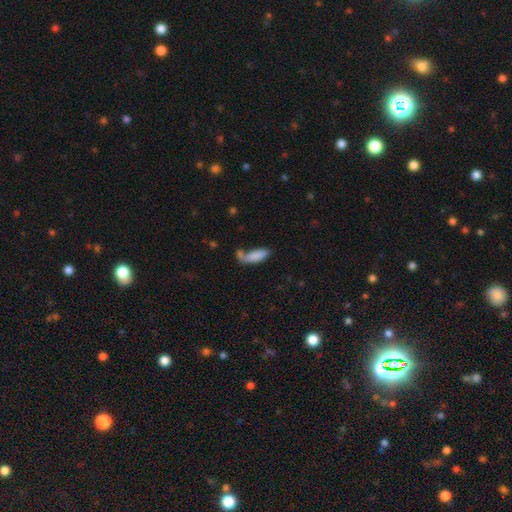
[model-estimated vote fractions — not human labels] This appears to be a smooth galaxy with no disk features (81%) that is in between round and cigar-shaped (60%). Merging: none (45%).